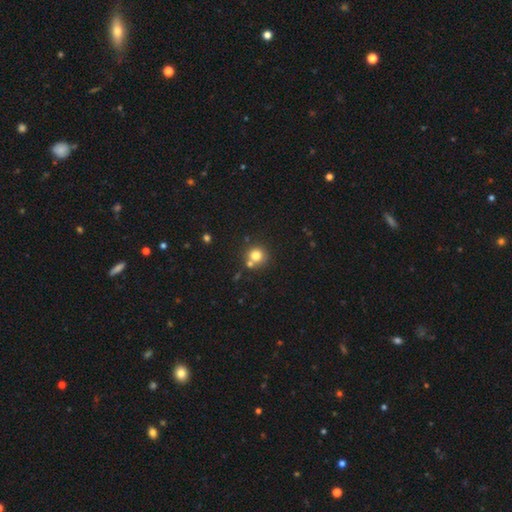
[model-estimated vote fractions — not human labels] Smooth or featured?
  - smooth: 77% *
  - star or artifact: 13%
  - featured or disk: 10%
How rounded?
  - round: 90% *
  - in between: 9%
  - cigar-shaped: 1%
Merging?
  - none: 65% *
  - merger: 22%
  - minor disturbance: 9%
  - major disturbance: 3%